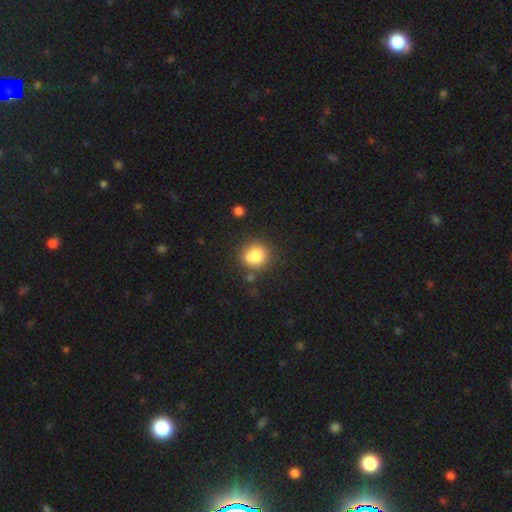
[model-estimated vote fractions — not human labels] Overall: smooth (80%). How rounded: round (85%). Merging: none (67%).